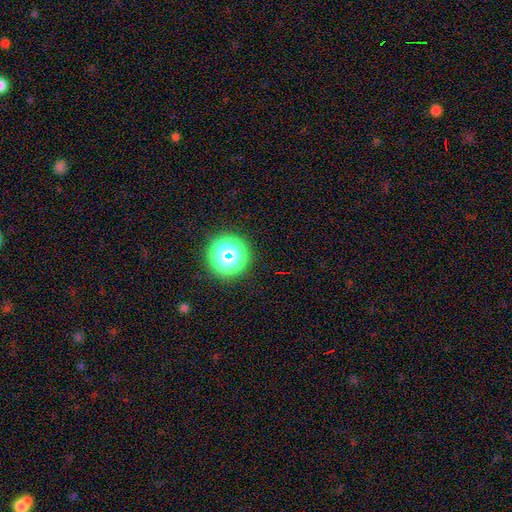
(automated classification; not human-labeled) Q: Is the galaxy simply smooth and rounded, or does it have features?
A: star or artifact — 80%.